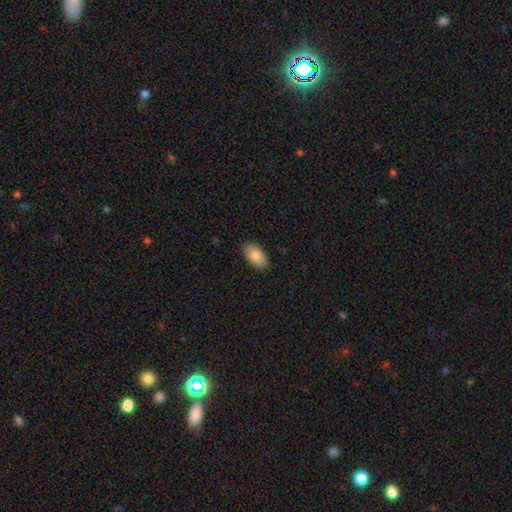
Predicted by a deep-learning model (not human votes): smooth_or_featured: smooth (p=0.86) [alt: featured or disk p=0.08]
how_rounded: in between (p=0.95) [alt: round p=0.03]
merging: none (p=0.88) [alt: minor disturbance p=0.09]